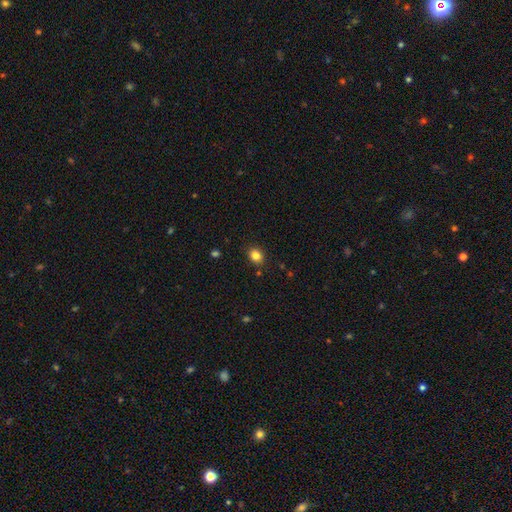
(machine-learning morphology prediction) Q: Smooth or featured?
A: smooth (84%); runner-up: star or artifact (11%)
Q: How rounded?
A: round (56%); runner-up: in between (43%)
Q: Merging?
A: none (88%); runner-up: minor disturbance (8%)